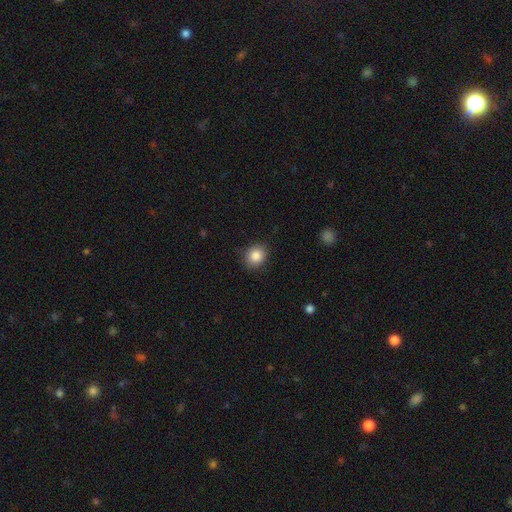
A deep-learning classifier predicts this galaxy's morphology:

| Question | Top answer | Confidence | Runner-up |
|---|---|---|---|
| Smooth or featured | smooth | 86% | star or artifact (9%) |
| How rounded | round | 72% | in between (28%) |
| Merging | none | 86% | minor disturbance (10%) |